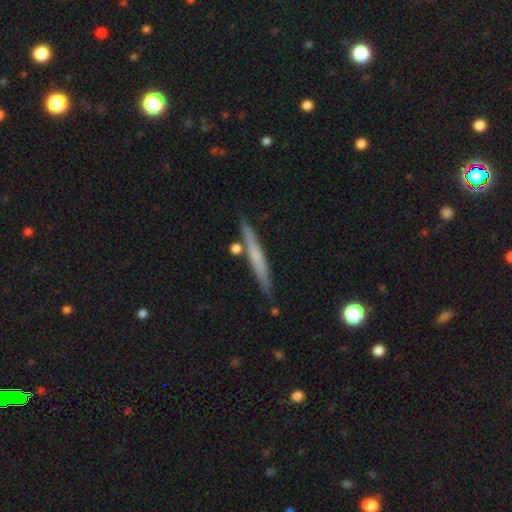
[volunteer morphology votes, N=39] Smooth or featured: smooth — 69% (featured or disk — 31%)
How rounded: cigar-shaped — 100%
Merging: none — 90% (minor disturbance — 5%)